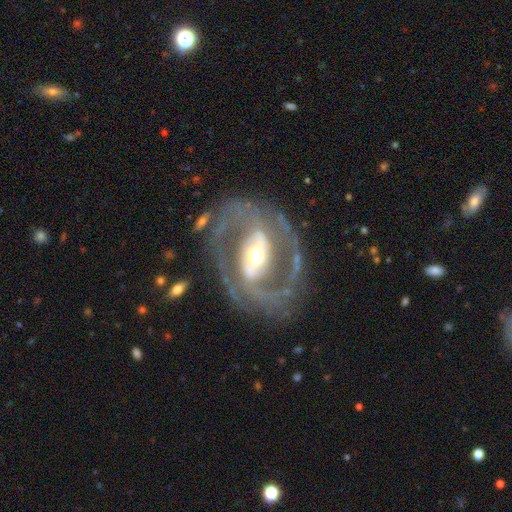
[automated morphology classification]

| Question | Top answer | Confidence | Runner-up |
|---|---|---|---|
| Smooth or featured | featured or disk | 87% | smooth (8%) |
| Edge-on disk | no | 96% | yes (4%) |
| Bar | strong | 55% | weak (28%) |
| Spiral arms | yes | 86% | no (14%) |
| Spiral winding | medium | 48% | tight (34%) |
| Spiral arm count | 2 | 83% | can't tell (7%) |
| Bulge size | moderate | 62% | small (21%) |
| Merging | none | 74% | minor disturbance (13%) |